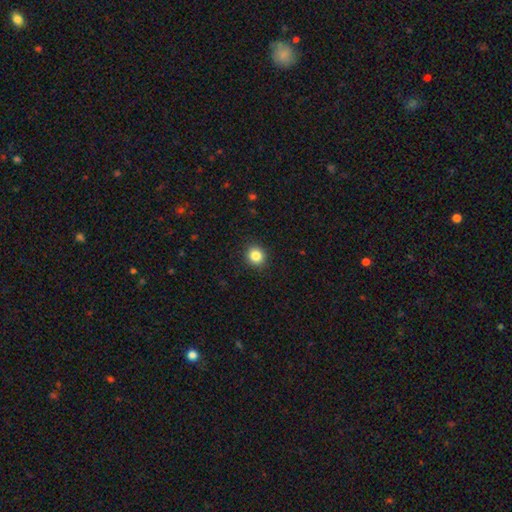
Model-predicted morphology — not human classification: Q: Smooth or featured?
A: smooth (85%); runner-up: star or artifact (10%)
Q: How rounded?
A: round (81%); runner-up: in between (18%)
Q: Merging?
A: none (91%); runner-up: minor disturbance (6%)